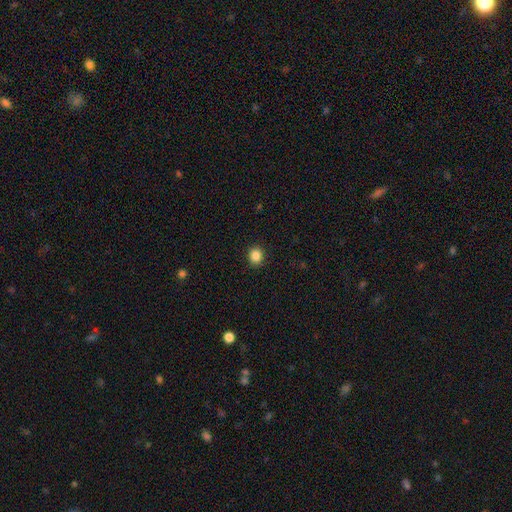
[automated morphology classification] smooth_or_featured: smooth (p=0.86) [alt: star or artifact p=0.10]
how_rounded: round (p=0.80) [alt: in between p=0.19]
merging: none (p=0.92) [alt: minor disturbance p=0.06]